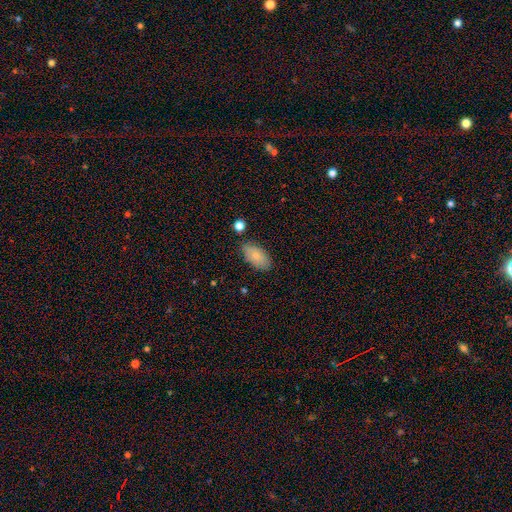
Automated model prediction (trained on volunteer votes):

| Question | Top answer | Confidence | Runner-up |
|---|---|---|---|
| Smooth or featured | smooth | 76% | featured or disk (16%) |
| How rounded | in between | 93% | round (4%) |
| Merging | none | 80% | minor disturbance (14%) |